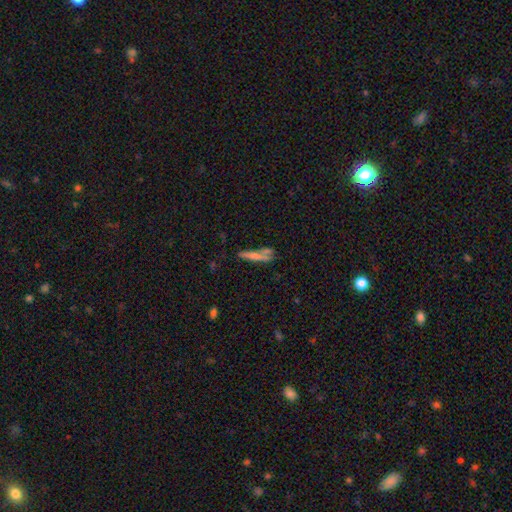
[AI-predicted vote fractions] A smooth galaxy with no disk features (61%) that is cigar-shaped (87%). Merging: none (60%).